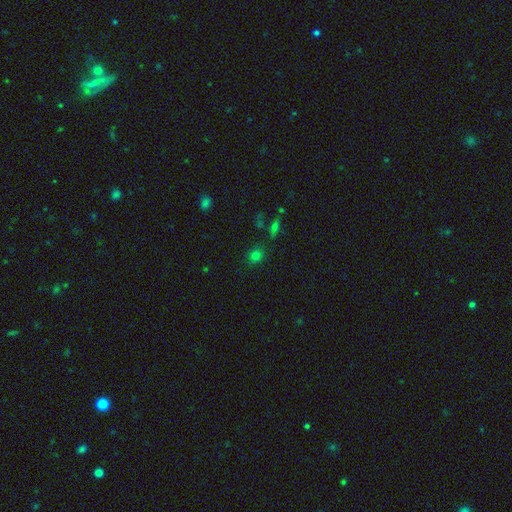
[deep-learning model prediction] This appears to be a smooth galaxy with no disk features (75%) that is round (76%). Merging: none (83%).